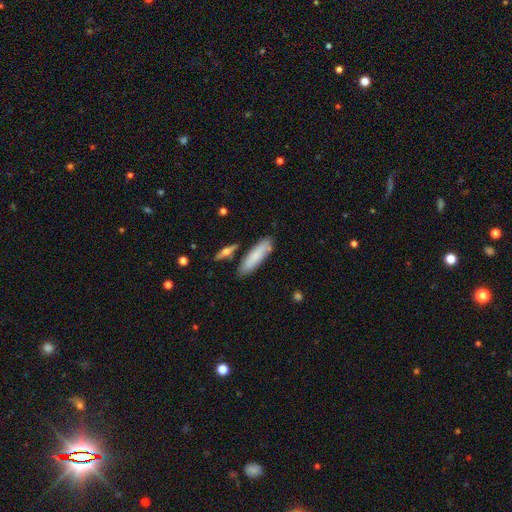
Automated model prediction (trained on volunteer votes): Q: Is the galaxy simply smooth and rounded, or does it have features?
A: smooth — 77%.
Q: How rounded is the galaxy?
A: cigar-shaped — 67%.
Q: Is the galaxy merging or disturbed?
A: none — 78%.